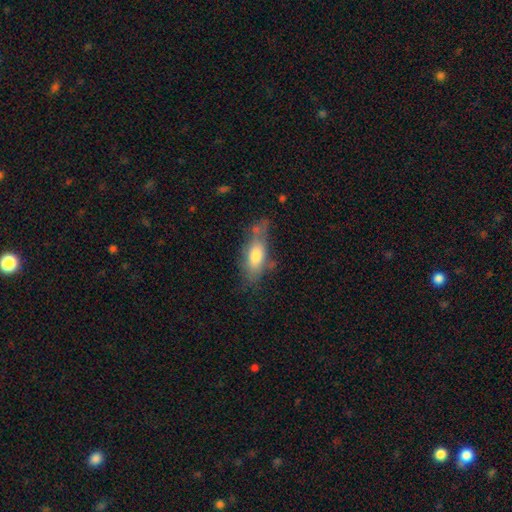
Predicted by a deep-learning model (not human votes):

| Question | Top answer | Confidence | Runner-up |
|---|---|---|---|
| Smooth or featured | smooth | 68% | featured or disk (25%) |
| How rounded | in between | 71% | cigar-shaped (26%) |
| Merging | none | 52% | minor disturbance (28%) |